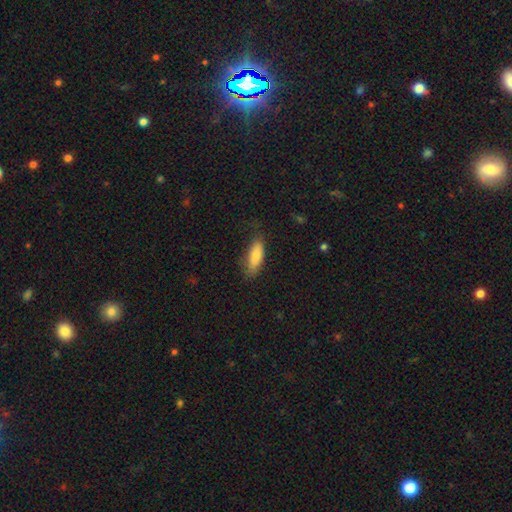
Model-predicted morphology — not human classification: Smooth or featured? smooth (85%)
How rounded? in between (70%)
Merging? none (67%)